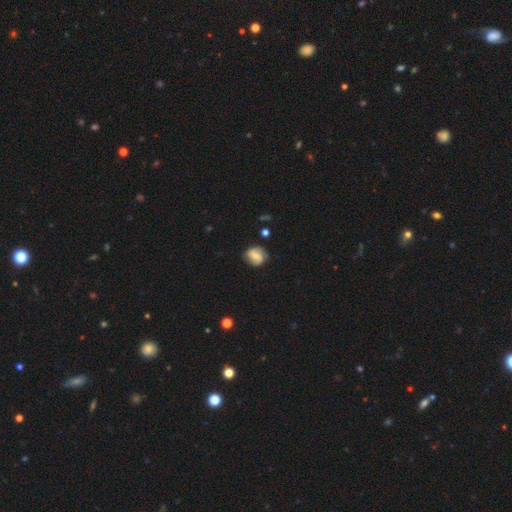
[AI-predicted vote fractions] Overall: featured or disk (46%, tied with smooth). Merging: none (75%).